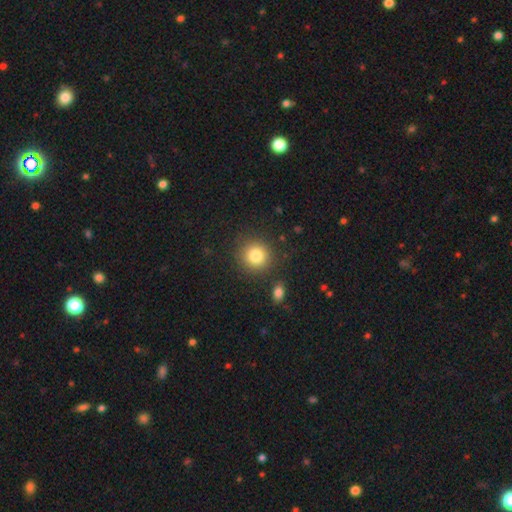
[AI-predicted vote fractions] This appears to be a smooth galaxy with no disk features (82%) that is round (91%). Merging: none (85%).